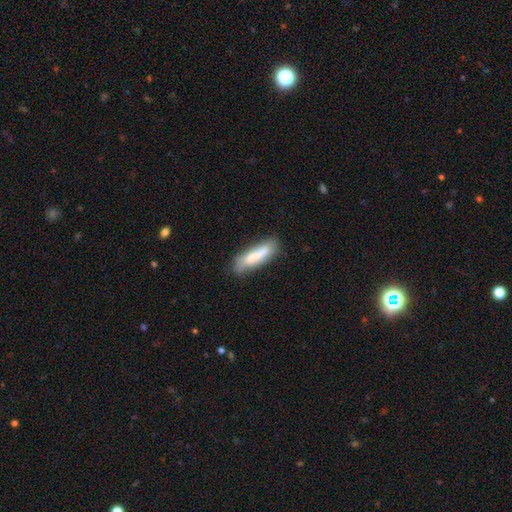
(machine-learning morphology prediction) type=smooth (70%); roundness=cigar-shaped (60%); merging=none (61%).